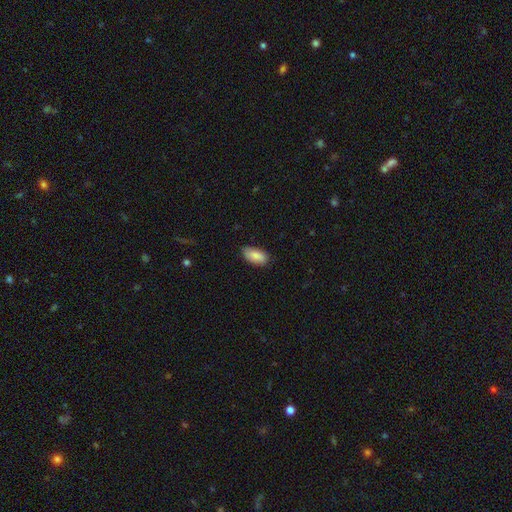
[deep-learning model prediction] This is clearly a smooth galaxy (86%). How rounded: clearly in between (93%). Merging: likely none (79%).